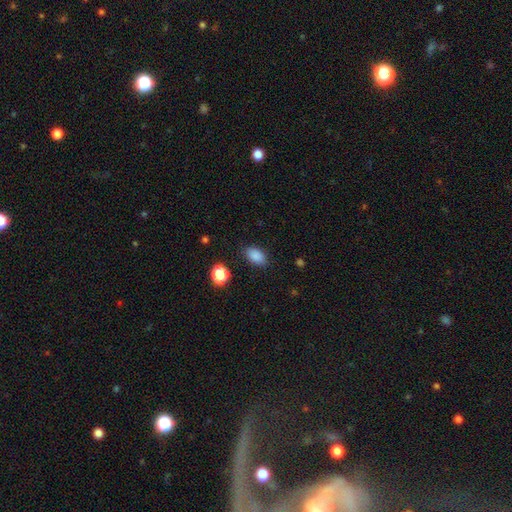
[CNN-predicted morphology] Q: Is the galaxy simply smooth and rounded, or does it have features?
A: smooth — 86%.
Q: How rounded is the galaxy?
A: in between — 87%.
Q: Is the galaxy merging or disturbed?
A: none — 85%.